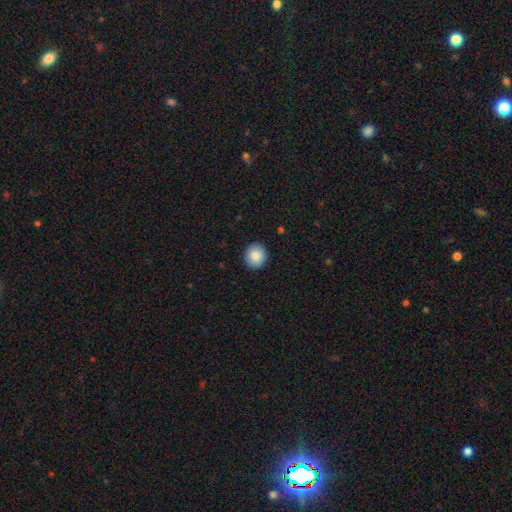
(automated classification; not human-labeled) Smooth or featured?
  - smooth: 87% *
  - star or artifact: 8%
  - featured or disk: 6%
How rounded?
  - round: 82% *
  - in between: 17%
  - cigar-shaped: 1%
Merging?
  - none: 91% *
  - minor disturbance: 6%
  - major disturbance: 2%
  - merger: 1%